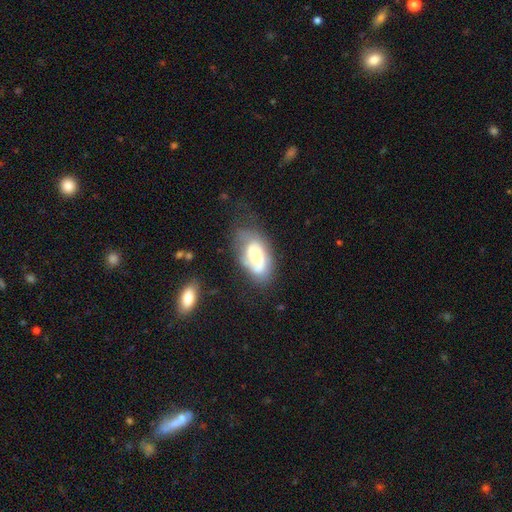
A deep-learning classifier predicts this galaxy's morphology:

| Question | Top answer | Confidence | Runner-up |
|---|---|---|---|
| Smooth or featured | featured or disk | 52% | smooth (40%) |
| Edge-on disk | no | 93% | yes (7%) |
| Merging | none | 46% | minor disturbance (29%) |